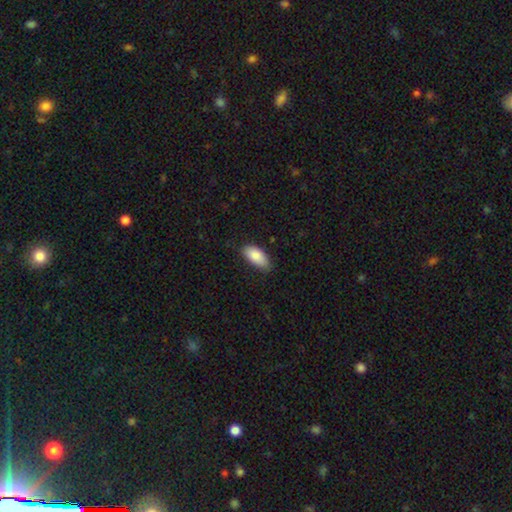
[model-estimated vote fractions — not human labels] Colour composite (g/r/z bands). It shows a smooth galaxy with no disk features (88%) that is in between round and cigar-shaped (91%). Merging: none (76%).